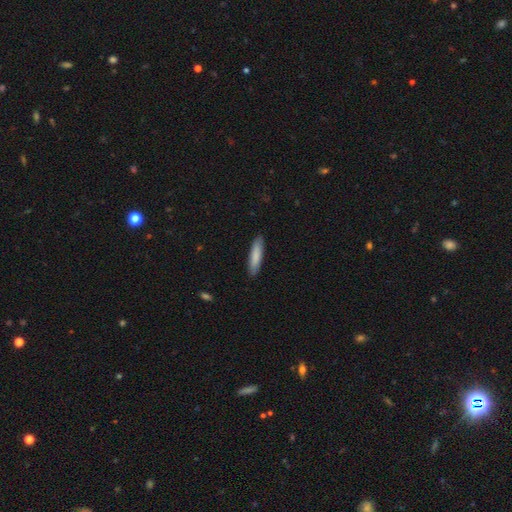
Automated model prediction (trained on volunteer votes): Smooth or featured?
  - smooth: 84% *
  - featured or disk: 11%
  - star or artifact: 5%
How rounded?
  - cigar-shaped: 75% *
  - in between: 24%
  - round: 1%
Merging?
  - none: 89% *
  - minor disturbance: 8%
  - major disturbance: 2%
  - merger: 1%